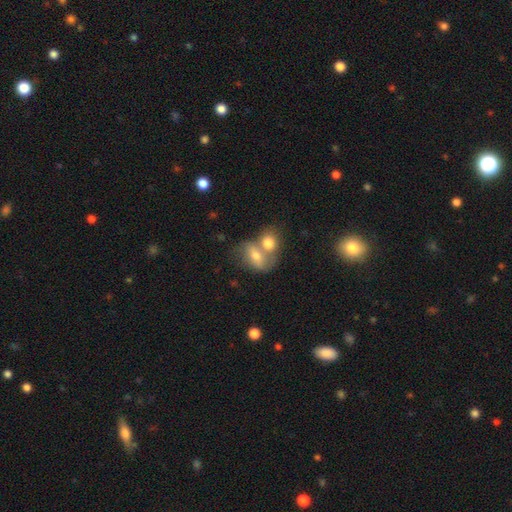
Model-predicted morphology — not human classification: A smooth galaxy with no disk features (60%) that is in between round and cigar-shaped (73%). Merging: merger (65%).